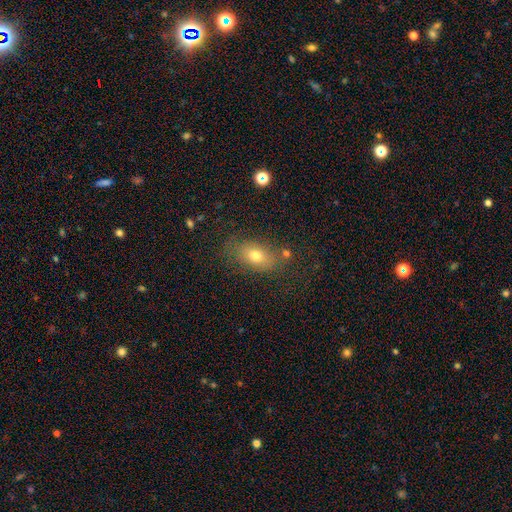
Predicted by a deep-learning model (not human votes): smooth-or-featured: smooth: 71% | featured or disk: 16% | star or artifact: 12%
  how-rounded: in between: 83% | round: 14% | cigar-shaped: 3%
  merging: none: 73% | minor disturbance: 16% | major disturbance: 6% | merger: 4%